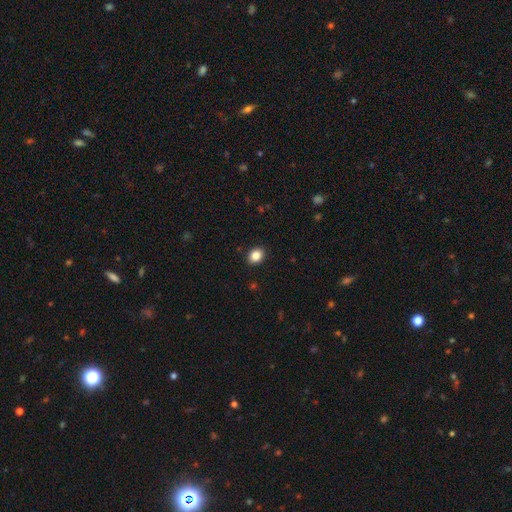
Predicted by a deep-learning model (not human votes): Smooth or featured? smooth (86%)
How rounded? in between (54%)
Merging? none (91%)